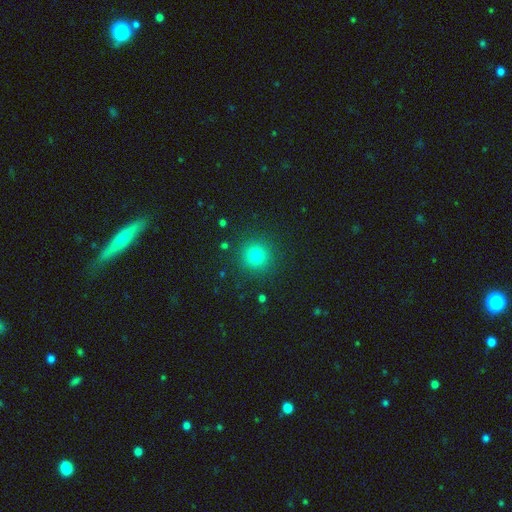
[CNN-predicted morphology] A smooth galaxy with no disk features (78%) that is round (94%).

Vote fractions:
- Smooth or featured? smooth: 78% / star or artifact: 15% / featured or disk: 6%
- How rounded? round: 94% / in between: 5% / cigar-shaped: 1%
- Merging? none: 90% / minor disturbance: 6% / major disturbance: 3% / merger: 1%